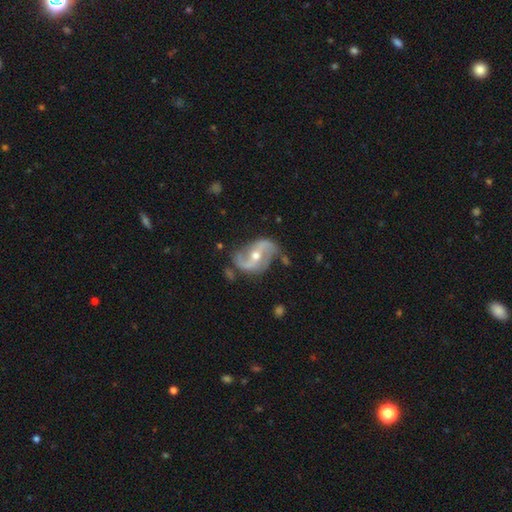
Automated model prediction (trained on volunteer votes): Morphology: type=featured or disk (90%); edge-on=no (97%); bar=strong (35%); spiral arms=yes (96%); winding=loose (60%); arm count=2 (93%); bulge=moderate (63%); merging=none (71%).